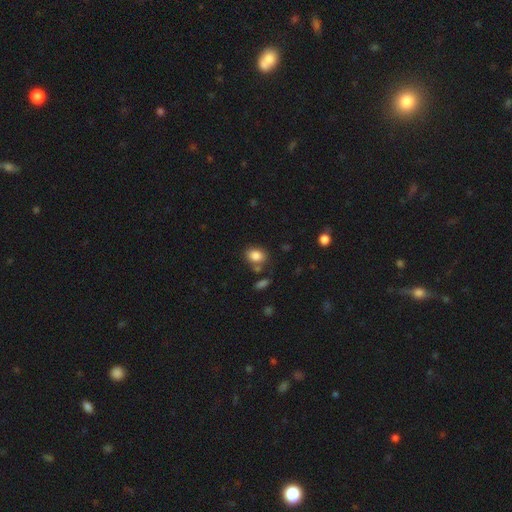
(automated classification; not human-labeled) smooth-or-featured: smooth: 85% | star or artifact: 9% | featured or disk: 6%
  how-rounded: in between: 64% | round: 35% | cigar-shaped: 1%
  merging: none: 72% | minor disturbance: 14% | merger: 11% | major disturbance: 4%